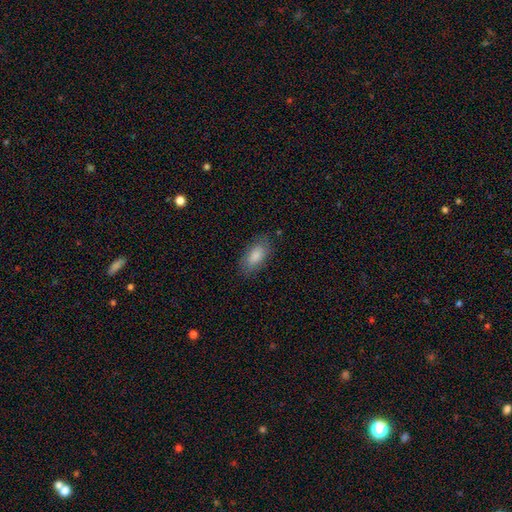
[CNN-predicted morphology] Overall: smooth (86%). How rounded: in between (90%). Merging: none (80%).